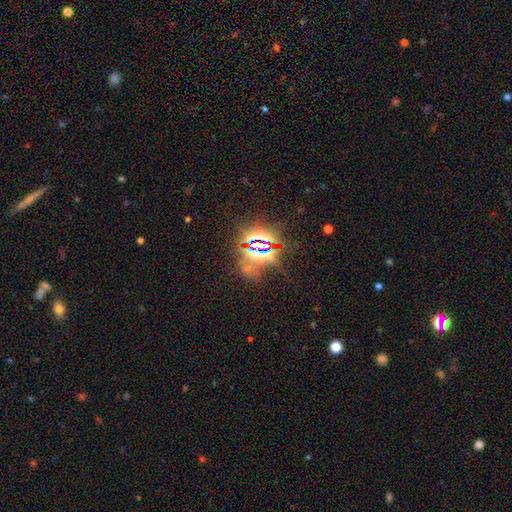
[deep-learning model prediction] smooth-or-featured: star or artifact: 85% | smooth: 8% | featured or disk: 7%